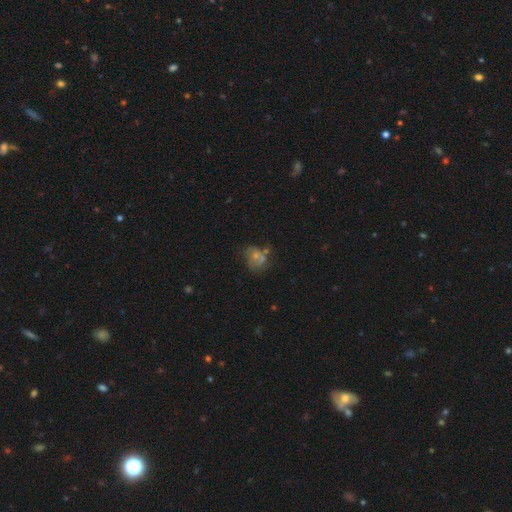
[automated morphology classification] A smooth galaxy with no disk features (44%). Merging: none (48%).